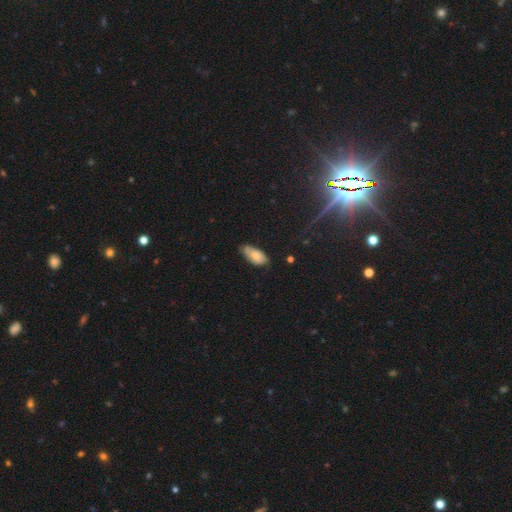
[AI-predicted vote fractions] This appears to be a smooth galaxy with no disk features (77%) that is in between round and cigar-shaped (90%). Merging: none (54%).